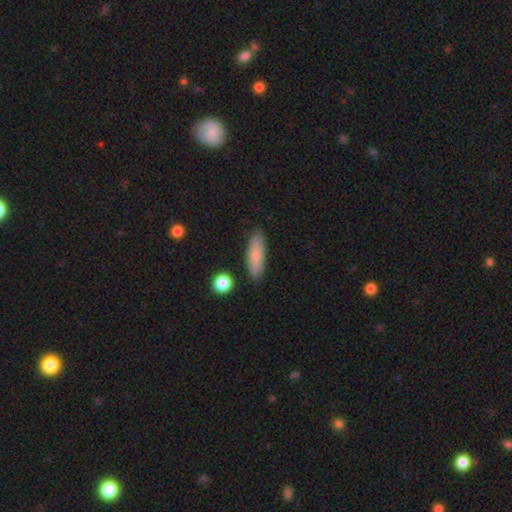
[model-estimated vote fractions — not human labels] This appears to be a smooth galaxy with no disk features (79%) that is in between round and cigar-shaped (51%). Merging: none (83%).